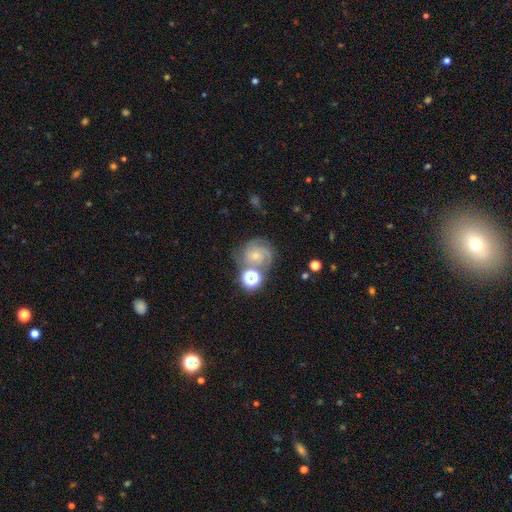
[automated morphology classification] Smooth or featured: featured or disk — 63% (smooth — 24%)
Edge-on disk: no — 98% (yes — 2%)
Bar: no — 74% (weak — 22%)
Spiral arms: yes — 93% (no — 7%)
Spiral winding: tight — 55% (medium — 36%)
Spiral arm count: 3 — 37% (can't tell — 24%)
Bulge size: small — 61% (moderate — 30%)
Merging: none — 57% (minor disturbance — 18%)